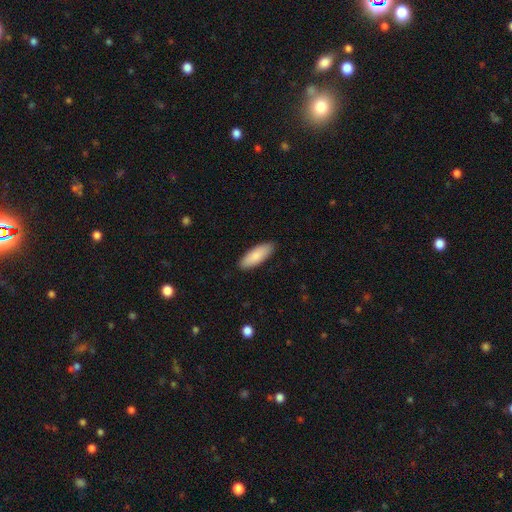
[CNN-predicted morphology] A smooth galaxy with no disk features (87%) that is in between round and cigar-shaped (68%). Merging: none (89%).